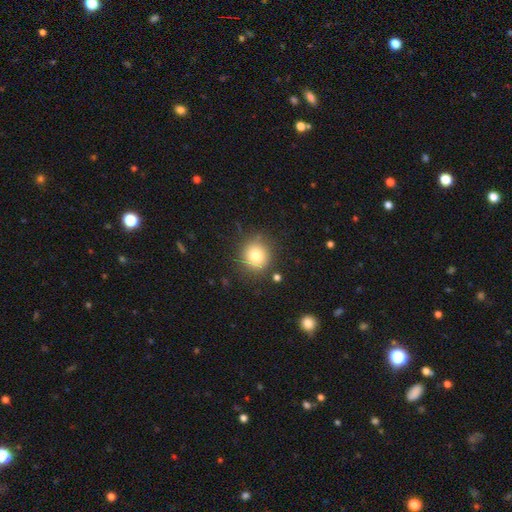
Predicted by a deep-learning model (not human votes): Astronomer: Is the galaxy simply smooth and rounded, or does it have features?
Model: smooth — 79%.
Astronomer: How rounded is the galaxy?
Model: round — 88%.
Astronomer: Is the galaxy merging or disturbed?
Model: none — 83%.